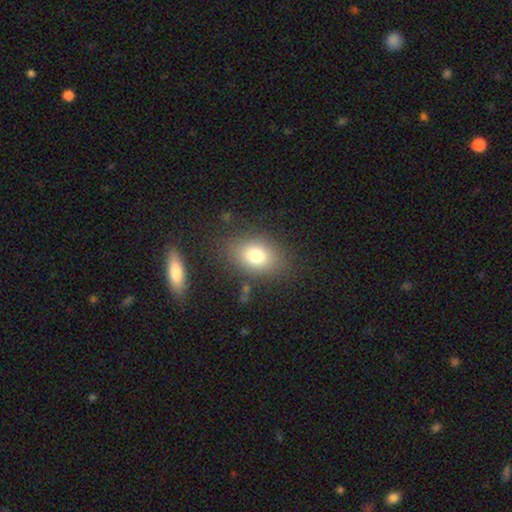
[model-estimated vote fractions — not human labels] The model was most divided on "how rounded": in between: 71%, round: 27%, cigar-shaped: 1%. More confident: merging — none (80%); smooth or featured — smooth (77%).